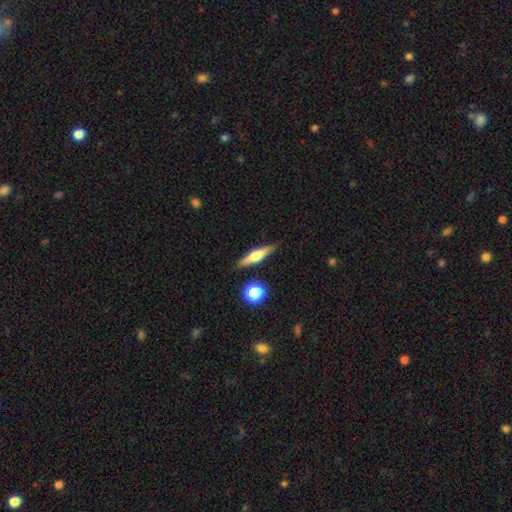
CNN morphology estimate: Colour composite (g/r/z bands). It shows a featured or disk galaxy (59%) viewed edge-on (96%) with a rounded central bulge (90%). Merging: none (88%).